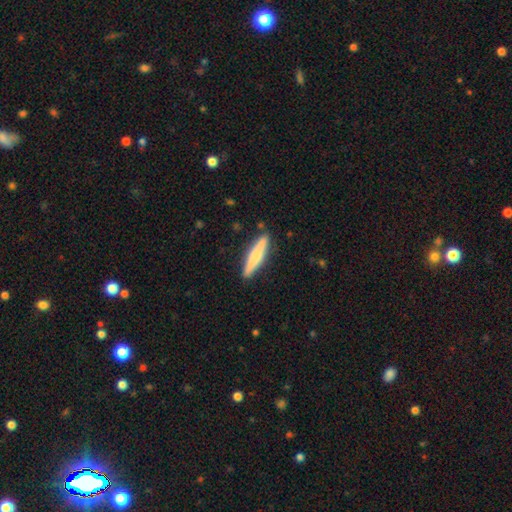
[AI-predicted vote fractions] Smooth or featured? smooth (60%)
How rounded? cigar-shaped (88%)
Merging? none (88%)